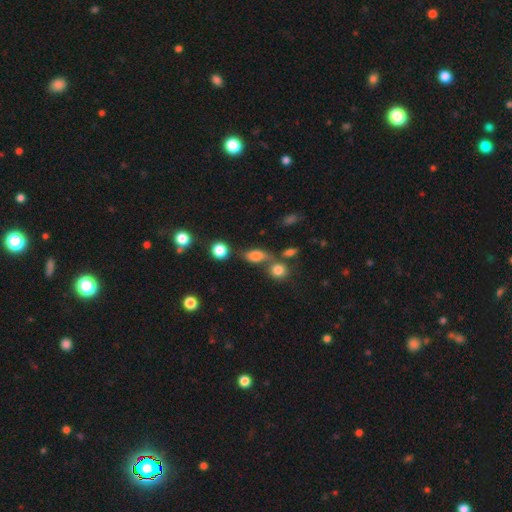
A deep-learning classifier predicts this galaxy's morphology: A smooth galaxy with no disk features (75%) that is in between round and cigar-shaped (75%).

Vote fractions:
- Smooth or featured? smooth: 75% / star or artifact: 13% / featured or disk: 12%
- How rounded? in between: 75% / round: 17% / cigar-shaped: 9%
- Merging? none: 51% / merger: 25% / minor disturbance: 17% / major disturbance: 8%